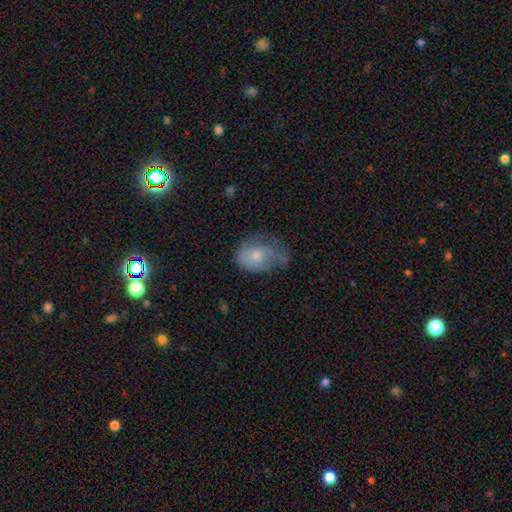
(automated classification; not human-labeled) Smooth or featured? Predicted: smooth (p=0.57). How rounded? Predicted: in between (p=0.77). Merging? Predicted: minor disturbance (p=0.36).